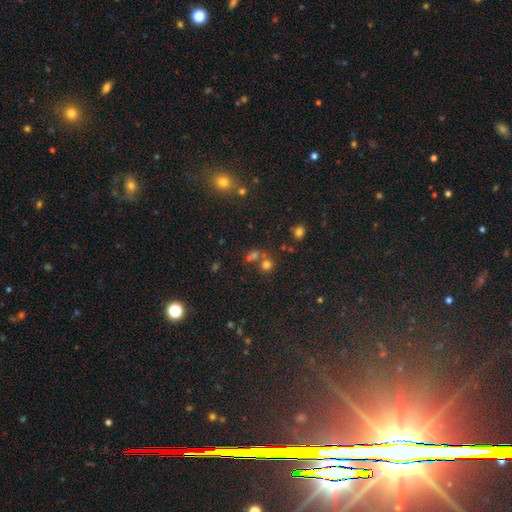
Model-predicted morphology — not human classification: smooth-or-featured: smooth: 51% | star or artifact: 39% | featured or disk: 11%
  how-rounded: round: 71% | in between: 27% | cigar-shaped: 2%
  merging: none: 52% | merger: 34% | minor disturbance: 9% | major disturbance: 5%